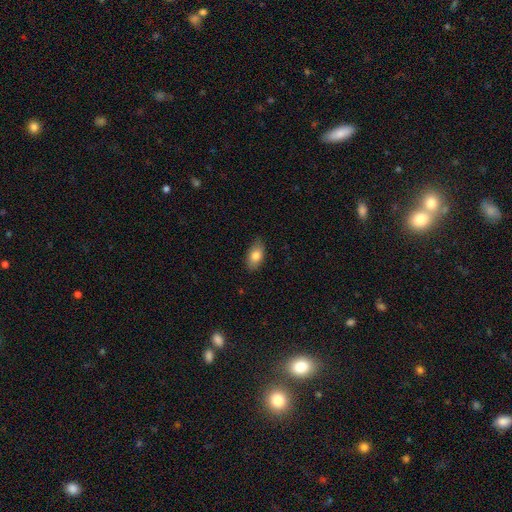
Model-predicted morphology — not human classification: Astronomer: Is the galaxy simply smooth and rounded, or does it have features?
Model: smooth — 81%.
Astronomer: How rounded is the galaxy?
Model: in between — 91%.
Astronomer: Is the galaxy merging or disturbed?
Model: none — 84%.